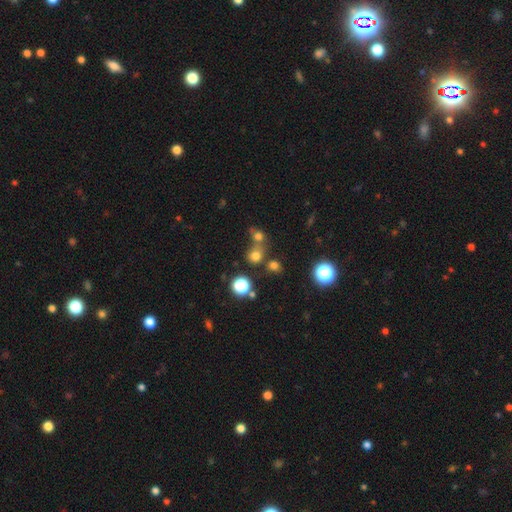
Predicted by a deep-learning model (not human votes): Smooth or featured?
  - smooth: 67% *
  - star or artifact: 25%
  - featured or disk: 8%
How rounded?
  - round: 82% *
  - in between: 17%
  - cigar-shaped: 1%
Merging?
  - none: 57% *
  - merger: 29%
  - minor disturbance: 9%
  - major disturbance: 5%